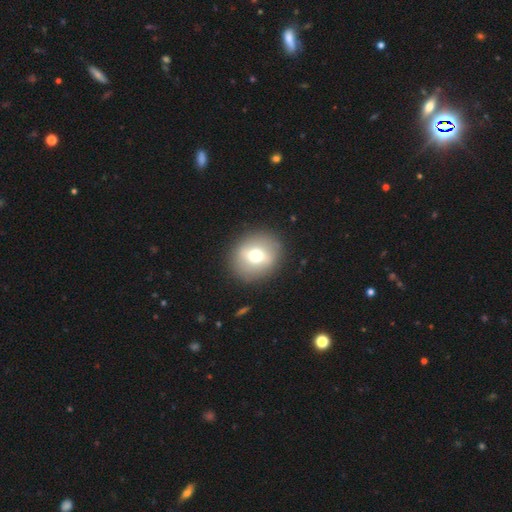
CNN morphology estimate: smooth 60%, featured or disk 30%, star or artifact 9%. Down the decision tree: how rounded — round (80%); merging — none (89%).